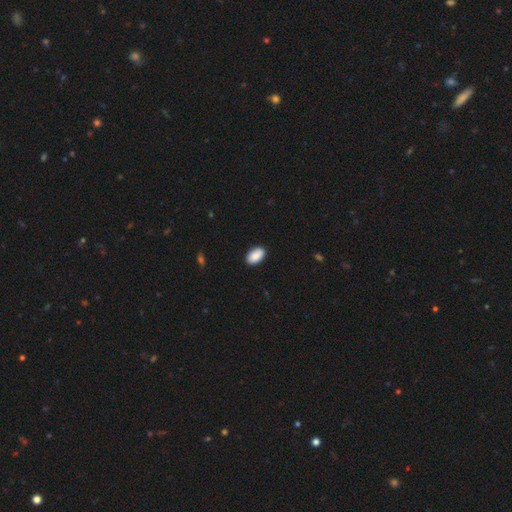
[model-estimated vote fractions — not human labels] Overall: smooth (90%). How rounded: in between (94%). Merging: none (89%).